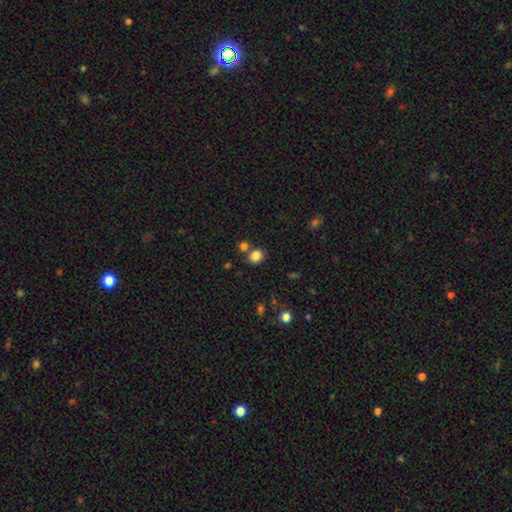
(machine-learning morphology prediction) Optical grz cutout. It shows a smooth galaxy with no disk features (83%) that is round (61%). Merging: none (69%).